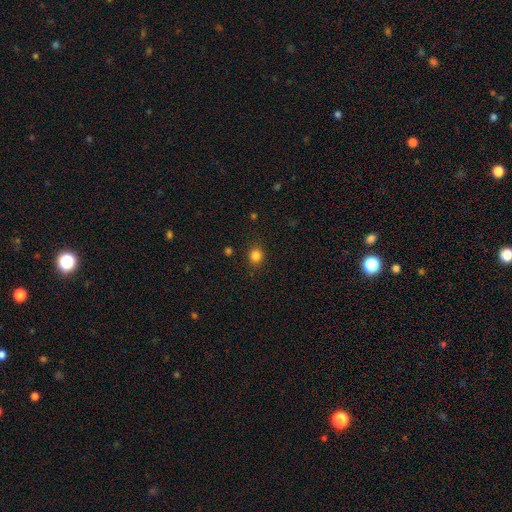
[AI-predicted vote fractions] This is clearly a smooth galaxy (83%). How rounded: clearly round (80%). Merging: clearly none (89%).